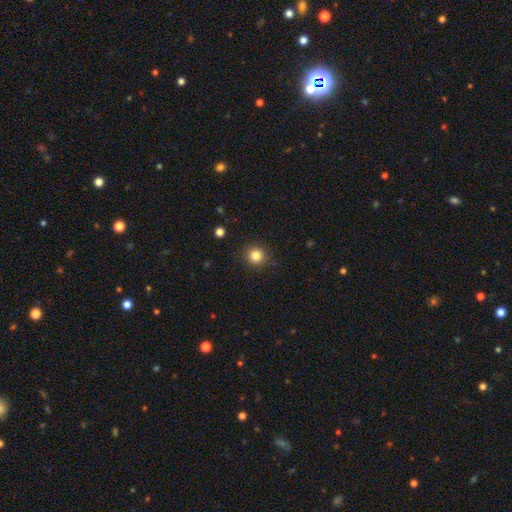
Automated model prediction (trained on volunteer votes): smooth_or_featured: smooth (p=0.83) [alt: star or artifact p=0.12]
how_rounded: round (p=0.92) [alt: in between p=0.07]
merging: none (p=0.89) [alt: minor disturbance p=0.07]